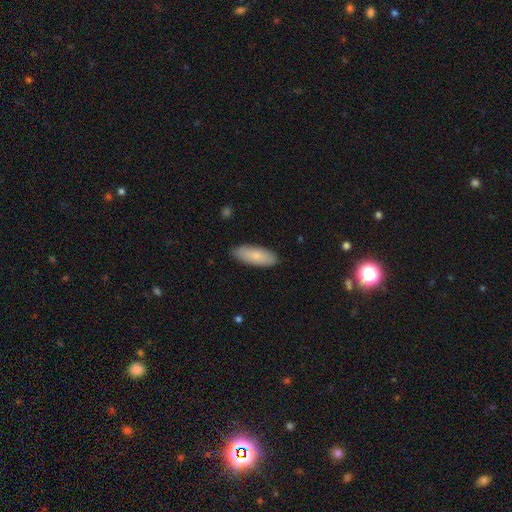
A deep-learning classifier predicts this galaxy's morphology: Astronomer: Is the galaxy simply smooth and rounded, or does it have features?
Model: smooth — 81%.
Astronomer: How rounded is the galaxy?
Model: in between — 72%.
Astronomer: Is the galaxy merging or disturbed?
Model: none — 87%.